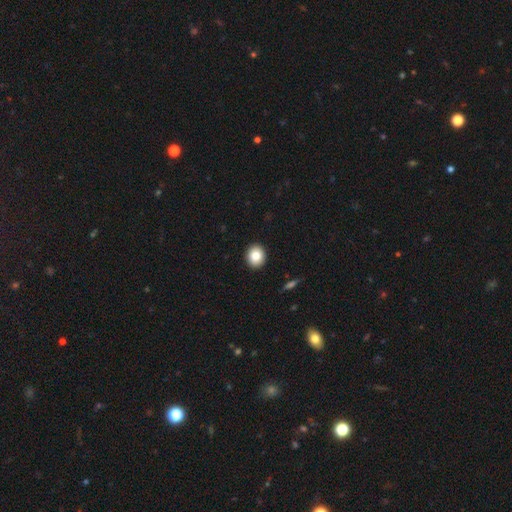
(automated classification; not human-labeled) Morphology: type=smooth (83%); roundness=round (67%); merging=none (93%).